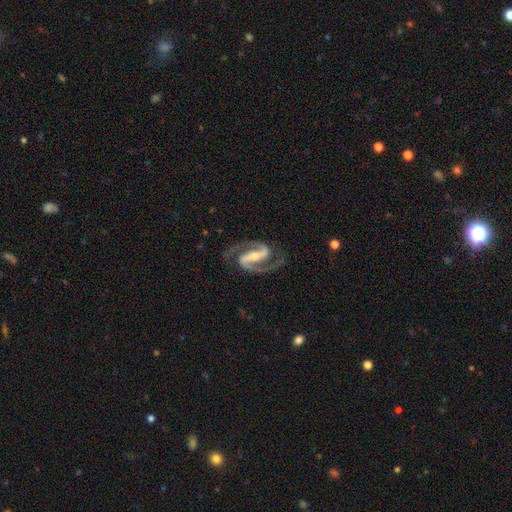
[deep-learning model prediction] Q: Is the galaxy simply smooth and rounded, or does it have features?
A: featured or disk — 94%.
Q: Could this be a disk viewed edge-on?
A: no — 98%.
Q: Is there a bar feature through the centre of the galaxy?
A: strong — 68%.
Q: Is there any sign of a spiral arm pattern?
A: yes — 98%.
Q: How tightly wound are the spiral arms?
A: medium — 63%.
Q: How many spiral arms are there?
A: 2 — 95%.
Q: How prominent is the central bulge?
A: small — 51%.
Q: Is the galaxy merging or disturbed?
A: none — 83%.